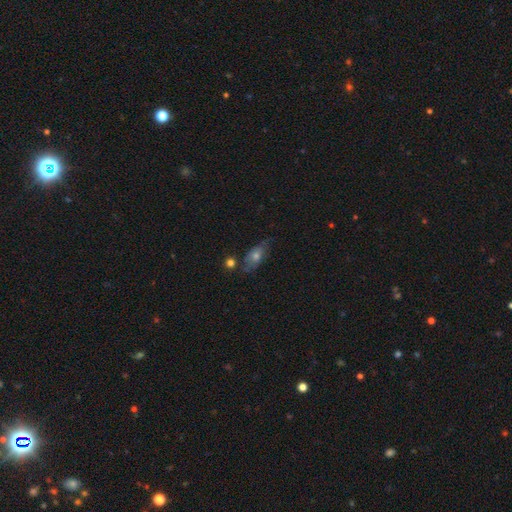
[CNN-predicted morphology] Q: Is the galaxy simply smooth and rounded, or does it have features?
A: smooth — 50%.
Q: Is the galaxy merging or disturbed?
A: none — 63%.